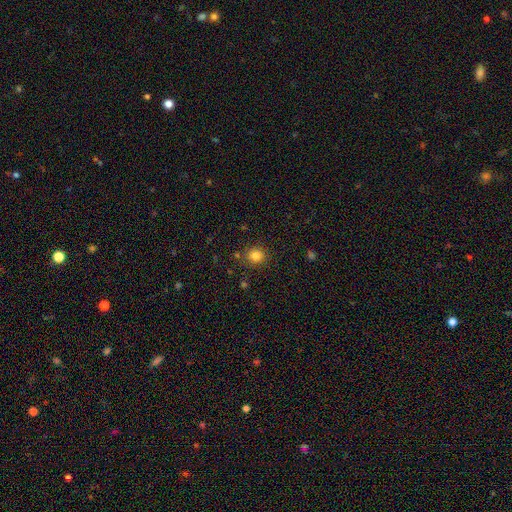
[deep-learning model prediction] This appears to be a smooth galaxy with no disk features (83%) that is round (84%). Merging: none (85%).